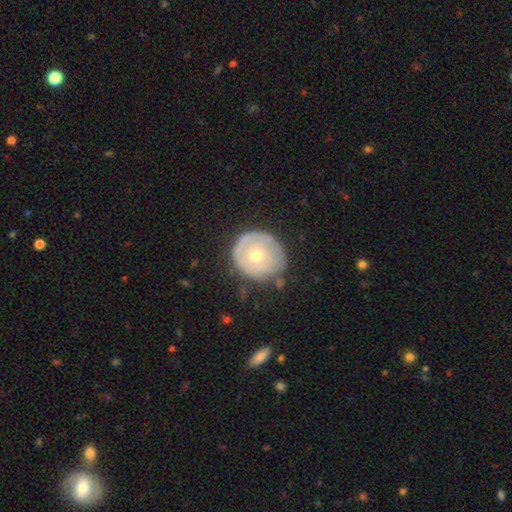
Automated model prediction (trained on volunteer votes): smooth 48%, featured or disk 45%, star or artifact 7%. Down the decision tree: merging — none (68%).